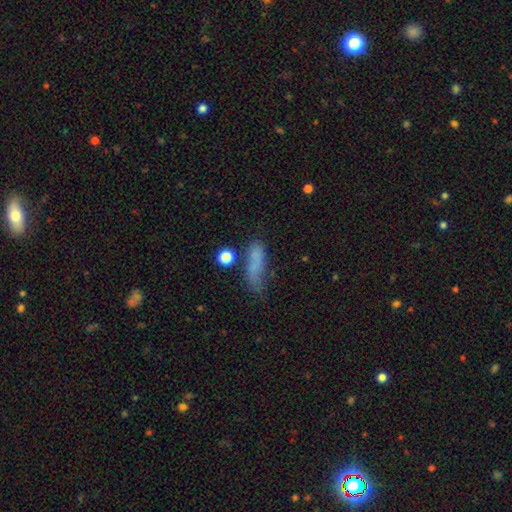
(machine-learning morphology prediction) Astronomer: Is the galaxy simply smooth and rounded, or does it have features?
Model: smooth — 68%.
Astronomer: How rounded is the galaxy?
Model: in between — 47%, tied with cigar-shaped at 47%.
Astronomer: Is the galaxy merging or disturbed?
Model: none — 43% (runner-up: minor disturbance, 27%).